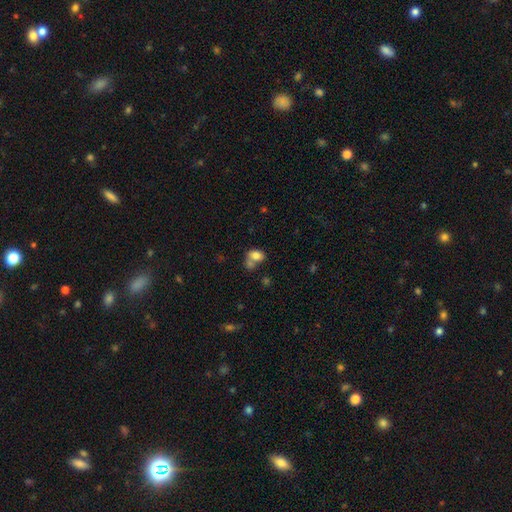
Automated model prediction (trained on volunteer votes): This is likely a smooth galaxy (80%). How rounded: likely in between (77%). Merging: marginally merger (42%).